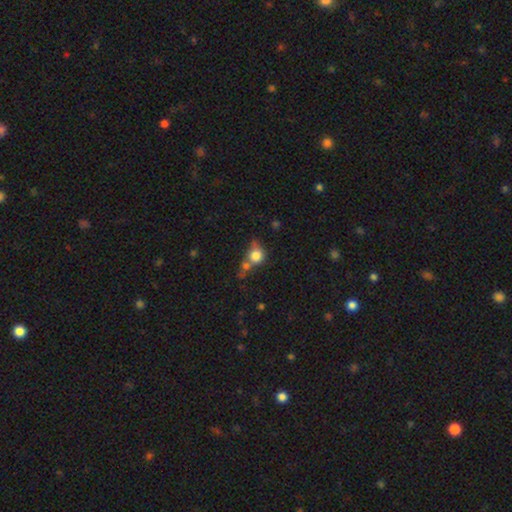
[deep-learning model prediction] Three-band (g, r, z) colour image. It shows a smooth galaxy with no disk features (78%) that is round (80%). Merging: merger (38%).